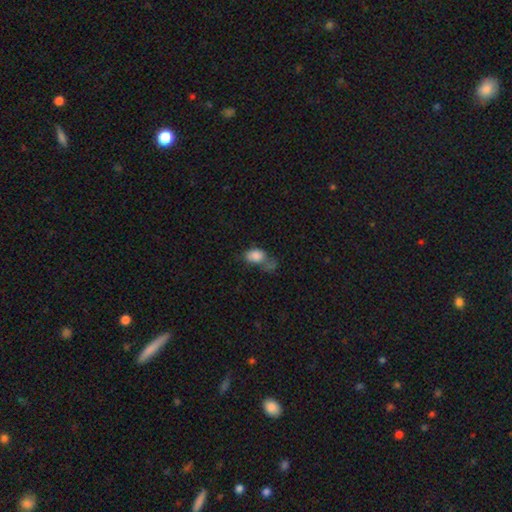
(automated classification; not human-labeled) This appears to be a smooth galaxy with no disk features (81%) that is in between round and cigar-shaped (82%). Merging: none (29%).